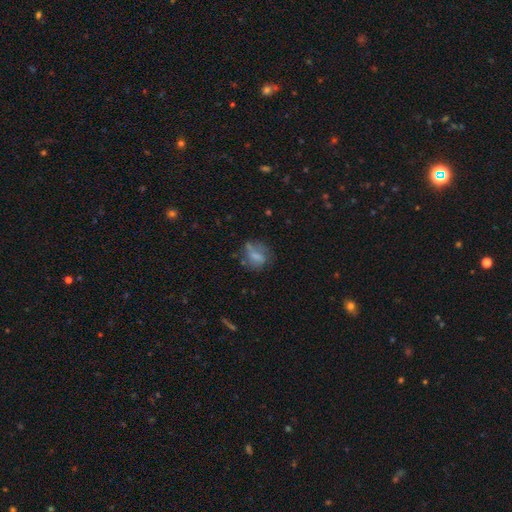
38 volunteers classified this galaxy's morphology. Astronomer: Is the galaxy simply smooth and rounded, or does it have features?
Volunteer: smooth — 53% (runner-up: featured or disk, 39%).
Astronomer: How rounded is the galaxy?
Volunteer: round — 55% (runner-up: in between, 45%).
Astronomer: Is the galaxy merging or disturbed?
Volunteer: none — 54%.